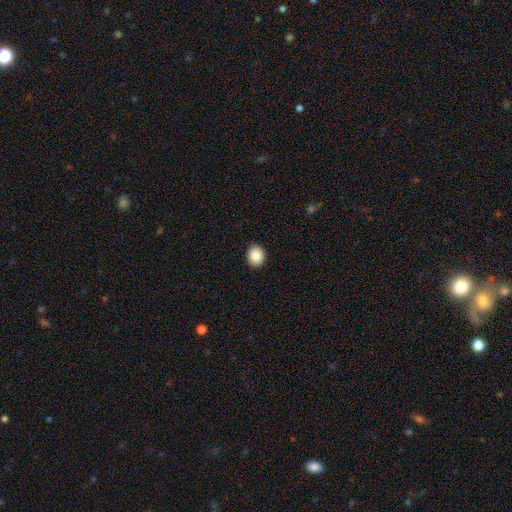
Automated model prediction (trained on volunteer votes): A smooth galaxy with no disk features (86%) that is round (57%).

Vote fractions:
- Smooth or featured? smooth: 86% / star or artifact: 8% / featured or disk: 6%
- How rounded? round: 57% / in between: 42% / cigar-shaped: 1%
- Merging? none: 91% / minor disturbance: 7% / major disturbance: 2% / merger: 1%